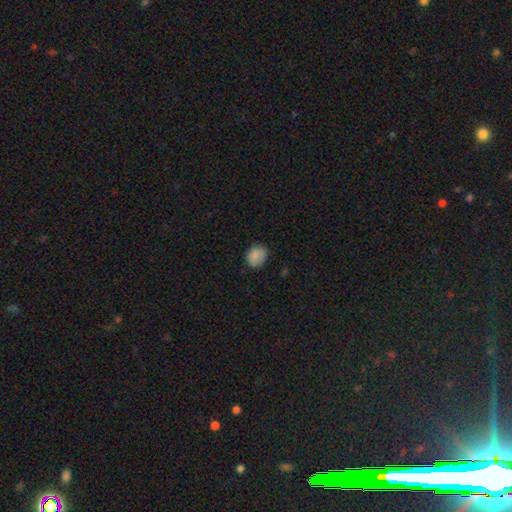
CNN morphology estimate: Overall: smooth (84%). How rounded: round (58%; in between 41%). Merging: none (75%).